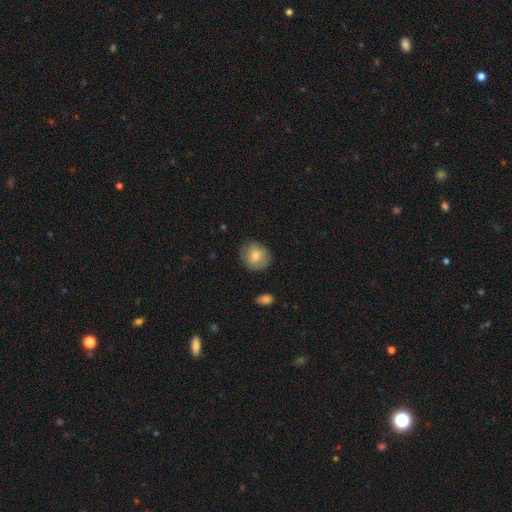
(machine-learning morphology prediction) A smooth galaxy with no disk features (75%) that is round (77%).

Vote fractions:
- Smooth or featured? smooth: 75% / featured or disk: 17% / star or artifact: 7%
- How rounded? round: 77% / in between: 22% / cigar-shaped: 1%
- Merging? none: 77% / minor disturbance: 17% / major disturbance: 4% / merger: 1%